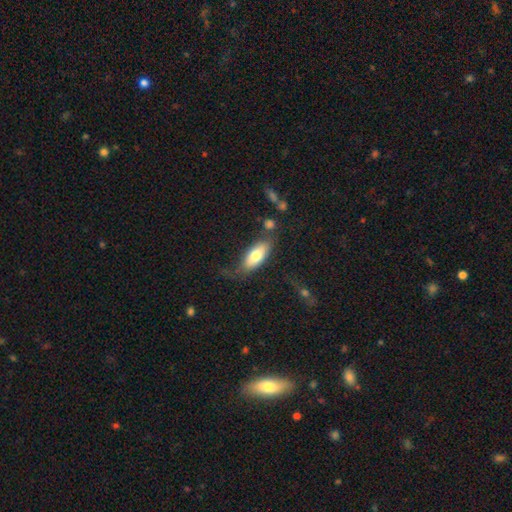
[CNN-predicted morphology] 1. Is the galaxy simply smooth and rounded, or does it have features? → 70% smooth, 24% featured or disk, 6% star or artifact.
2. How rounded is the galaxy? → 83% in between, 15% cigar-shaped, 2% round.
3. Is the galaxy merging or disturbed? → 55% none, 24% minor disturbance, 16% major disturbance, 6% merger.